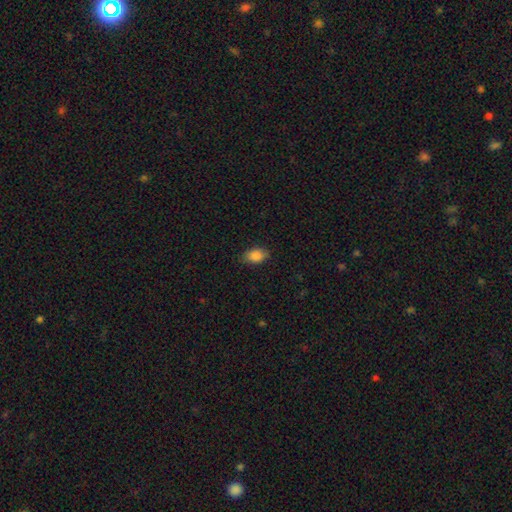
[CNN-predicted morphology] smooth-or-featured: smooth: 86% | star or artifact: 8% | featured or disk: 6%
  how-rounded: in between: 85% | round: 13% | cigar-shaped: 2%
  merging: none: 83% | minor disturbance: 13% | major disturbance: 3% | merger: 1%